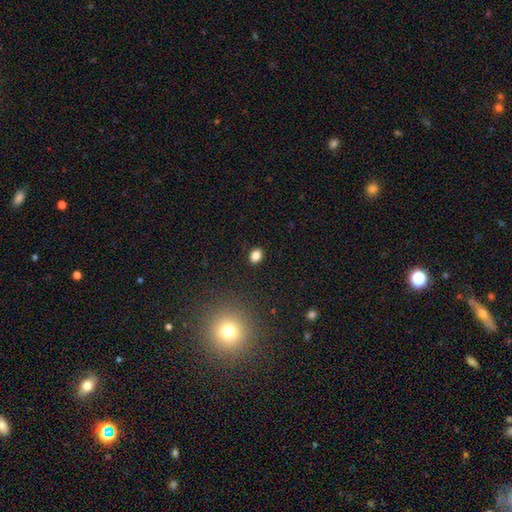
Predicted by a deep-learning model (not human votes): Q: Smooth or featured?
A: smooth (83%); runner-up: star or artifact (12%)
Q: How rounded?
A: in between (64%); runner-up: round (35%)
Q: Merging?
A: none (89%); runner-up: minor disturbance (8%)